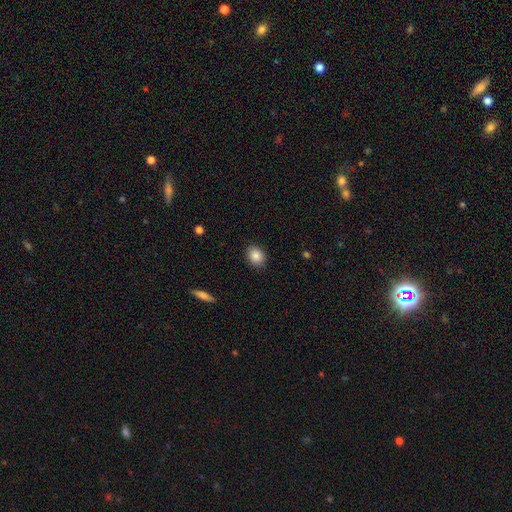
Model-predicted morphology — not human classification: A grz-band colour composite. It shows a smooth galaxy with no disk features (86%) that is in between round and cigar-shaped (52%). Merging: none (89%).